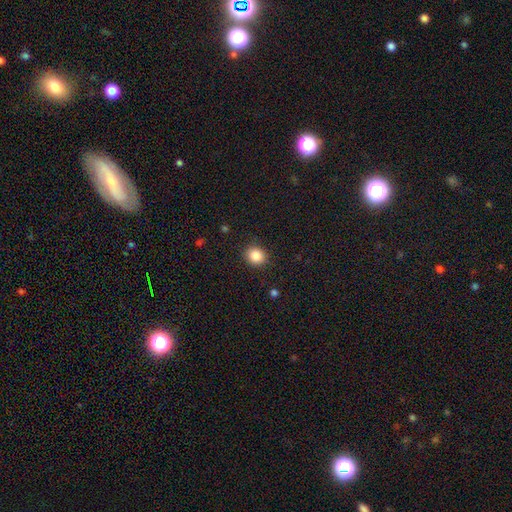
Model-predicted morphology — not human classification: Overall: smooth (86%). How rounded: round (75%). Merging: none (88%).